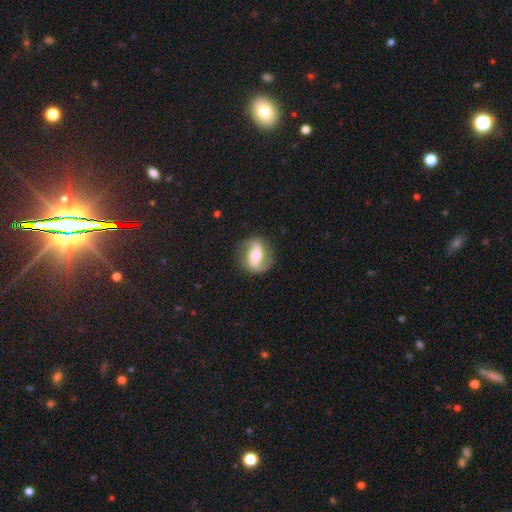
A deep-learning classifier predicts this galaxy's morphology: smooth_or_featured: featured or disk (p=0.74) [alt: smooth p=0.20]
disk_edge_on: no (p=0.95) [alt: yes p=0.05]
bar: strong (p=0.42) [alt: weak p=0.30]
has_spiral_arms: yes (p=0.85) [alt: no p=0.15]
spiral_winding: loose (p=0.42) [alt: medium p=0.39]
spiral_arm_count: 2 (p=0.90) [alt: can't tell p=0.04]
bulge_size: moderate (p=0.66) [alt: small p=0.22]
merging: none (p=0.83) [alt: minor disturbance p=0.11]